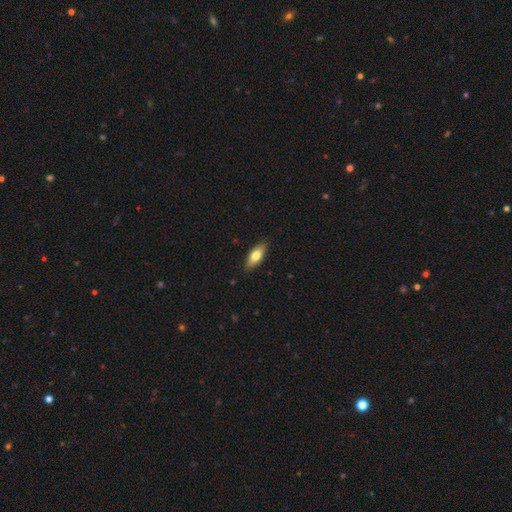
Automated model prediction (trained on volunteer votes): smooth_or_featured: smooth (p=0.73) [alt: featured or disk p=0.20]
how_rounded: in between (p=0.75) [alt: cigar-shaped p=0.22]
merging: none (p=0.86) [alt: minor disturbance p=0.11]